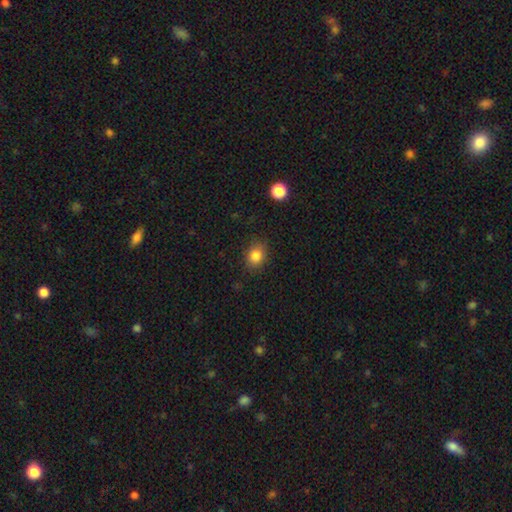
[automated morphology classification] smooth-or-featured: smooth: 83% | star or artifact: 11% | featured or disk: 6%
  how-rounded: round: 52% | in between: 47% | cigar-shaped: 1%
  merging: none: 83% | minor disturbance: 12% | major disturbance: 3% | merger: 1%